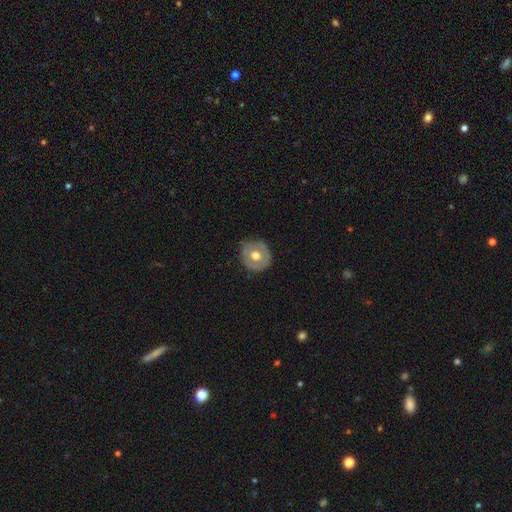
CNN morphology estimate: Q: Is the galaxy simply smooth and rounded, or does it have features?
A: smooth — 50%.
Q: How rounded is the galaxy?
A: round — 89%.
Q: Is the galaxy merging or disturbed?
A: none — 81%.